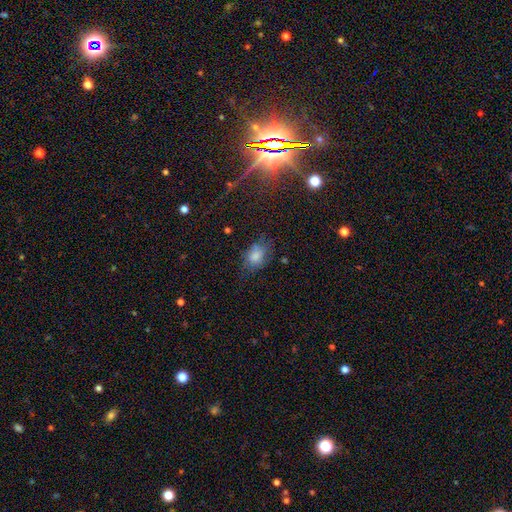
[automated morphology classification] Q: Smooth or featured?
A: smooth (77%); runner-up: featured or disk (12%)
Q: How rounded?
A: in between (76%); runner-up: round (22%)
Q: Merging?
A: none (59%); runner-up: minor disturbance (27%)